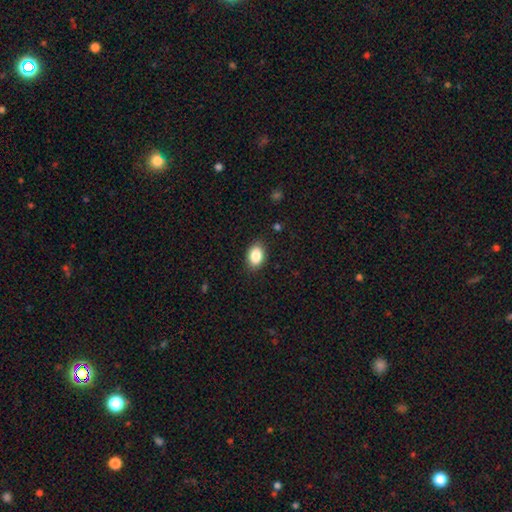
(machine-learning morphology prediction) This appears to be a smooth galaxy with no disk features (86%) that is in between round and cigar-shaped (83%). Merging: none (87%).